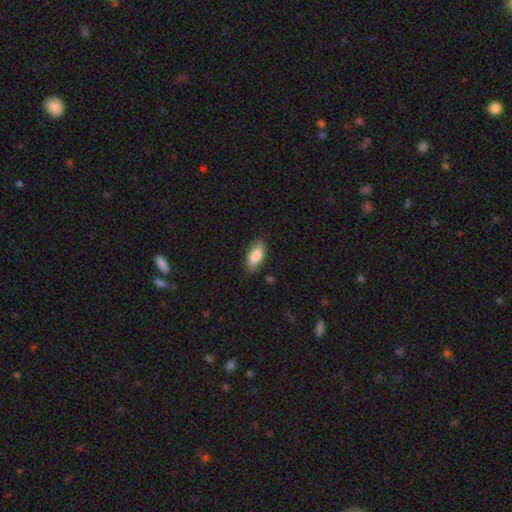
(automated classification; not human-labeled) smooth_or_featured: smooth (p=0.86) [alt: featured or disk p=0.07]
how_rounded: in between (p=0.89) [alt: cigar-shaped p=0.09]
merging: none (p=0.84) [alt: minor disturbance p=0.12]